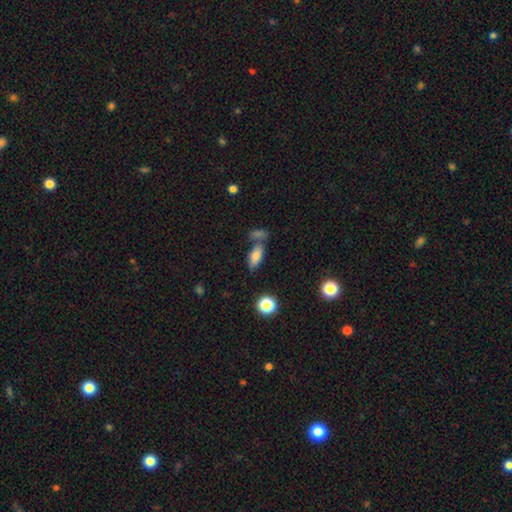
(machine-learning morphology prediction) Q: Smooth or featured?
A: smooth (79%); runner-up: featured or disk (11%)
Q: How rounded?
A: in between (85%); runner-up: cigar-shaped (11%)
Q: Merging?
A: none (54%); runner-up: merger (29%)